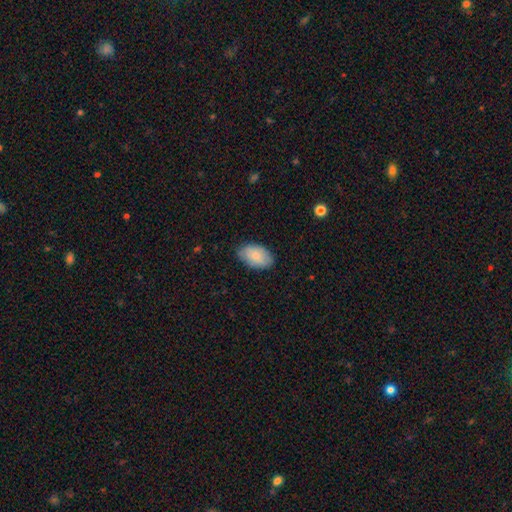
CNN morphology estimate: smooth 83%, featured or disk 11%, star or artifact 6%. Down the decision tree: how rounded — in between (94%); merging — none (81%).